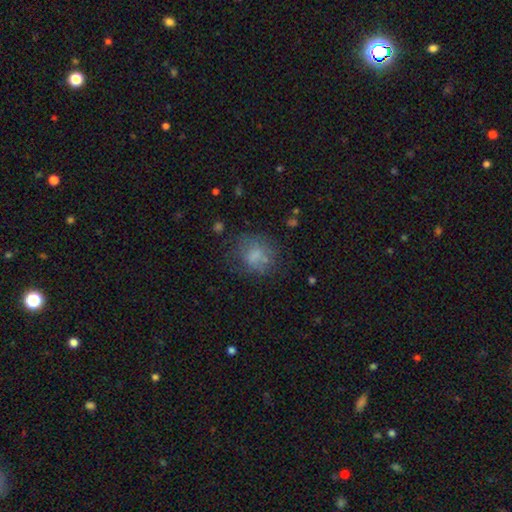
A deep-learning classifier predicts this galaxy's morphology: smooth 62%, featured or disk 25%, star or artifact 13%. Down the decision tree: how rounded — round (65%); merging — none (52%).